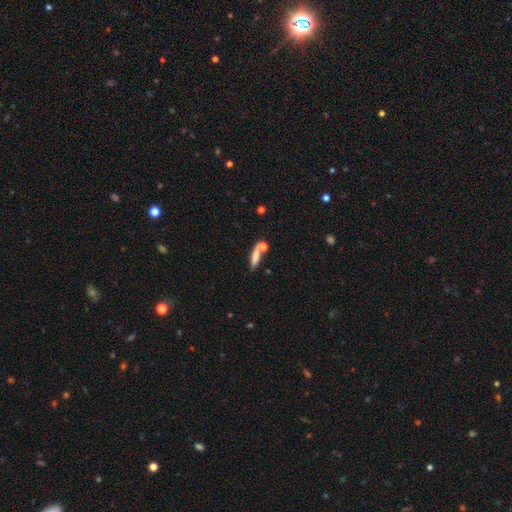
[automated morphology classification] A smooth galaxy with no disk features (75%) that is cigar-shaped (64%). Merging: none (50%).